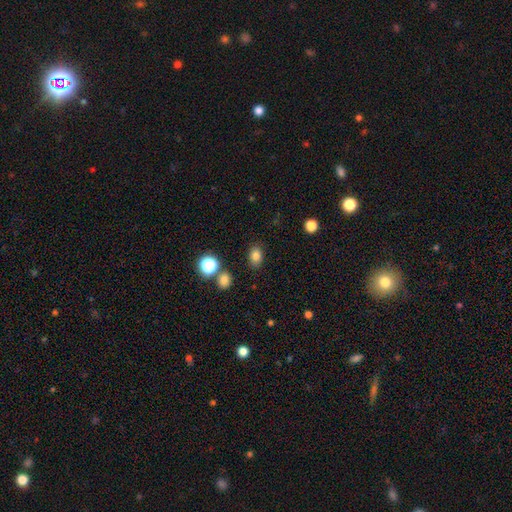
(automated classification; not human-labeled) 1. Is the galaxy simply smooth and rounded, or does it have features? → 81% smooth, 12% star or artifact, 6% featured or disk.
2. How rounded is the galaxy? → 74% in between, 24% round, 1% cigar-shaped.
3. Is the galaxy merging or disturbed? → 84% none, 10% minor disturbance, 3% merger, 3% major disturbance.